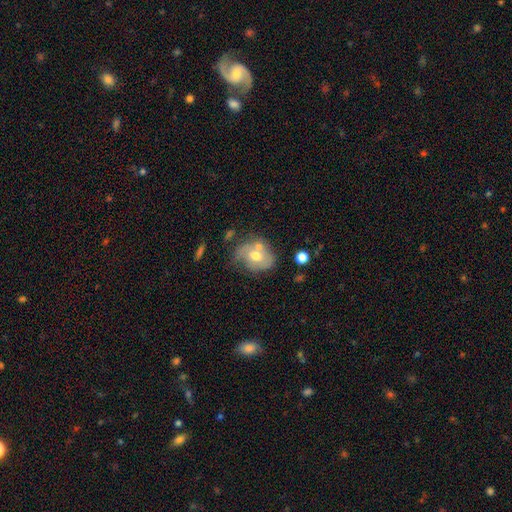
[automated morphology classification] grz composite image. It shows a smooth galaxy with no disk features (50%). Merging: none (43%).